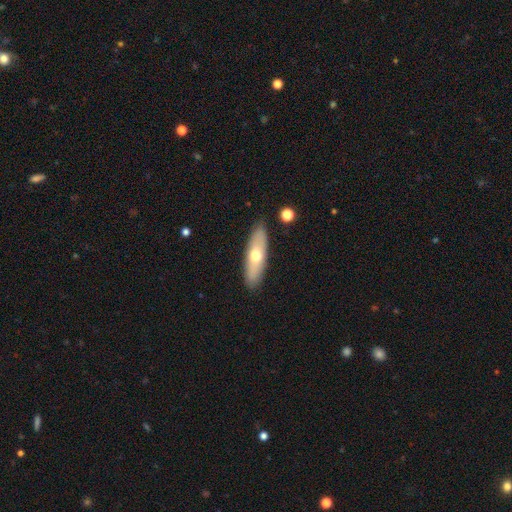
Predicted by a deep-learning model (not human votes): A smooth galaxy with no disk features (58%) that is cigar-shaped (51%).

Vote fractions:
- Smooth or featured? smooth: 58% / featured or disk: 37% / star or artifact: 6%
- How rounded? cigar-shaped: 51% / in between: 47% / round: 2%
- Merging? none: 86% / minor disturbance: 10% / major disturbance: 2% / merger: 2%